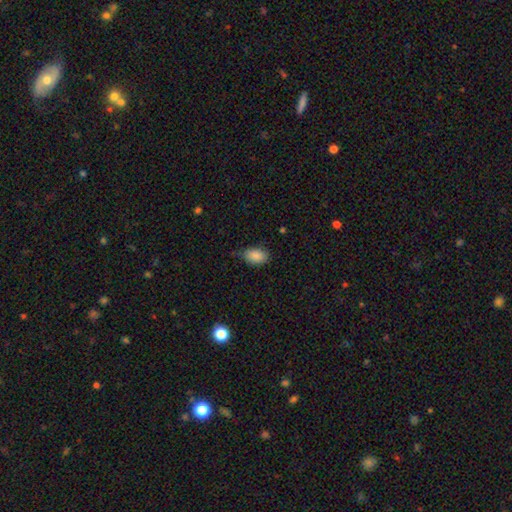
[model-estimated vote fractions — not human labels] A smooth galaxy with no disk features (87%) that is in between round and cigar-shaped (88%).

Vote fractions:
- Smooth or featured? smooth: 87% / star or artifact: 8% / featured or disk: 5%
- How rounded? in between: 88% / round: 11% / cigar-shaped: 2%
- Merging? none: 64% / minor disturbance: 29% / major disturbance: 5% / merger: 1%